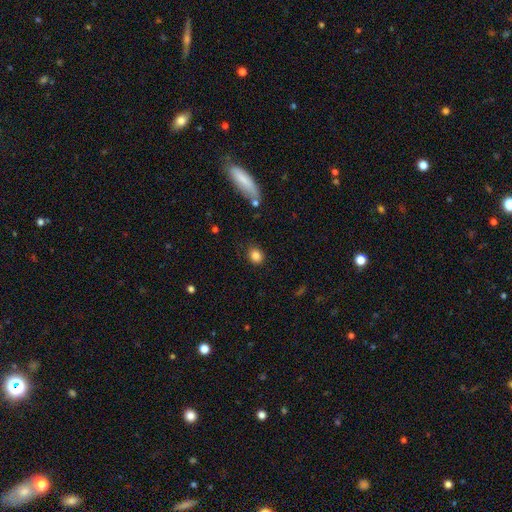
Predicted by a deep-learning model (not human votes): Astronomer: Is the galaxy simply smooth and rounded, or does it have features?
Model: smooth — 85%.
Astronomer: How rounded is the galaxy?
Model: round — 66%.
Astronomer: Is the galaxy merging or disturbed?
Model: none — 81%.